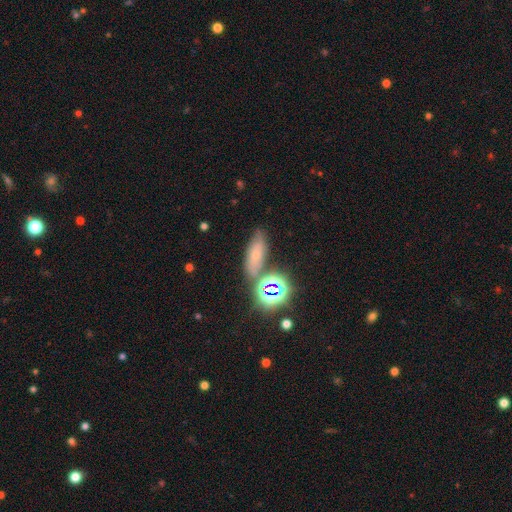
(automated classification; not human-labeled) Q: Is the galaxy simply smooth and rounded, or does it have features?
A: smooth — 47%.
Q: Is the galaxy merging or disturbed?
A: none — 67%.